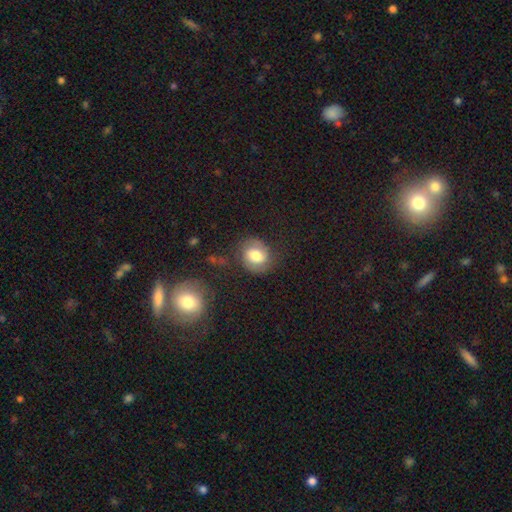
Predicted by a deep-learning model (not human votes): Smooth or featured?
  - smooth: 58% *
  - featured or disk: 33%
  - star or artifact: 9%
How rounded?
  - round: 64% *
  - in between: 35%
  - cigar-shaped: 1%
Merging?
  - none: 75% *
  - minor disturbance: 16%
  - major disturbance: 7%
  - merger: 2%